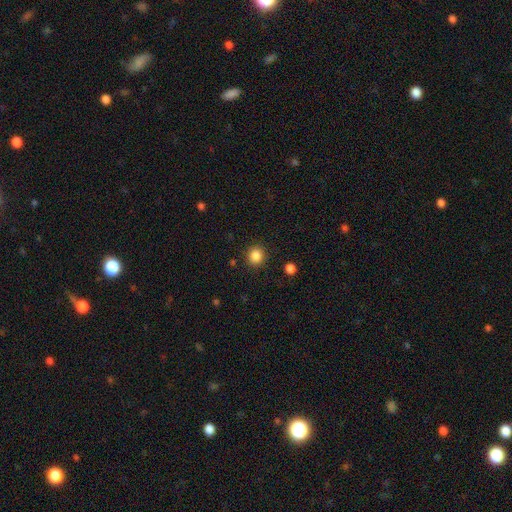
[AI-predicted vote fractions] Morphology: type=smooth (86%); roundness=round (89%); merging=none (90%).